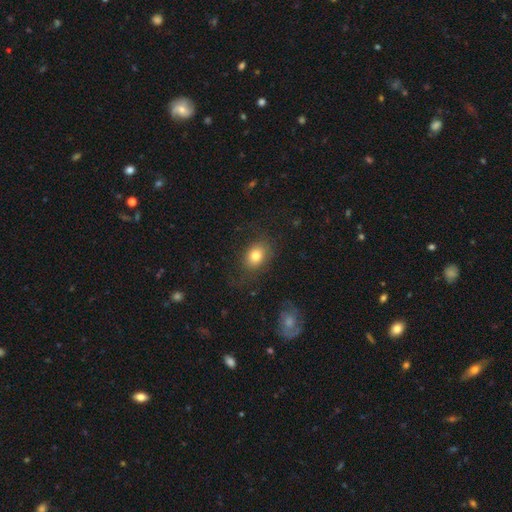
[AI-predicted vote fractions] Morphology: type=smooth (79%); roundness=in between (65%); merging=none (74%).